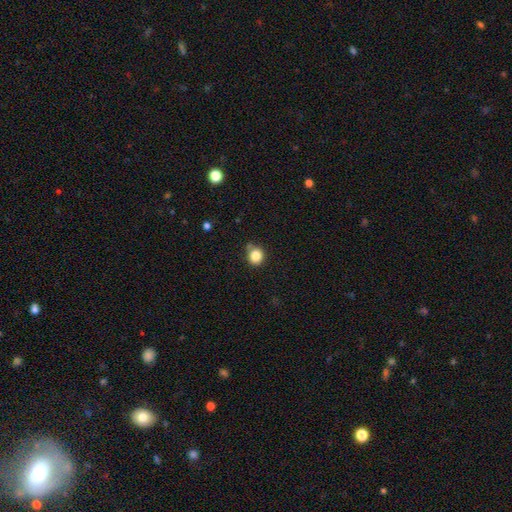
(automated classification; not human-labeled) Smooth or featured? Predicted: smooth (p=0.83). How rounded? Predicted: round (p=0.84). Merging? Predicted: none (p=0.71).